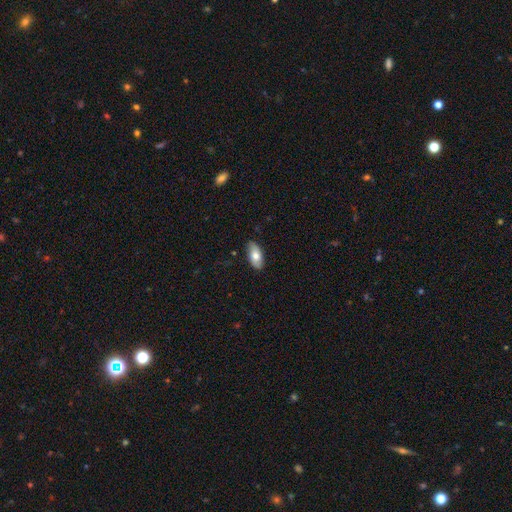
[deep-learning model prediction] smooth-or-featured: smooth: 73% | featured or disk: 21% | star or artifact: 6%
  how-rounded: in between: 92% | cigar-shaped: 5% | round: 3%
  merging: none: 86% | minor disturbance: 11% | major disturbance: 2% | merger: 1%